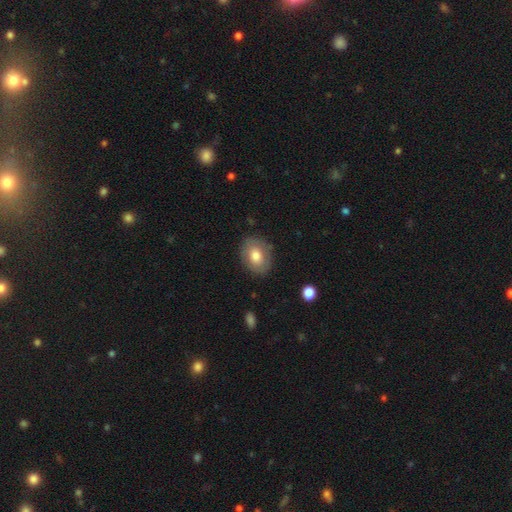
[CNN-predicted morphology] Q: Smooth or featured?
A: smooth (69%); runner-up: featured or disk (24%)
Q: How rounded?
A: in between (66%); runner-up: round (33%)
Q: Merging?
A: none (82%); runner-up: minor disturbance (13%)